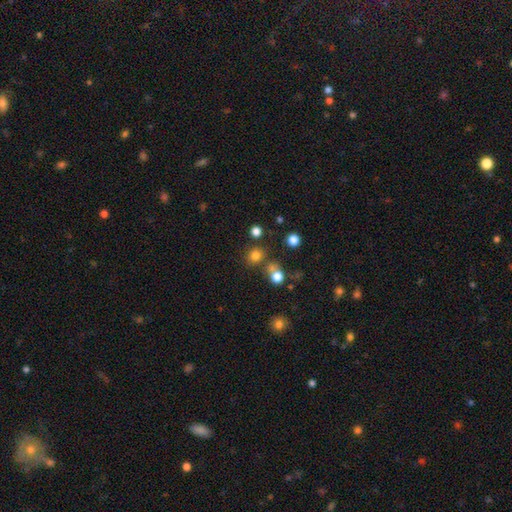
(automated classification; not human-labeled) smooth 76%, star or artifact 18%, featured or disk 6%. Down the decision tree: how rounded — round (83%); merging — none (70%).